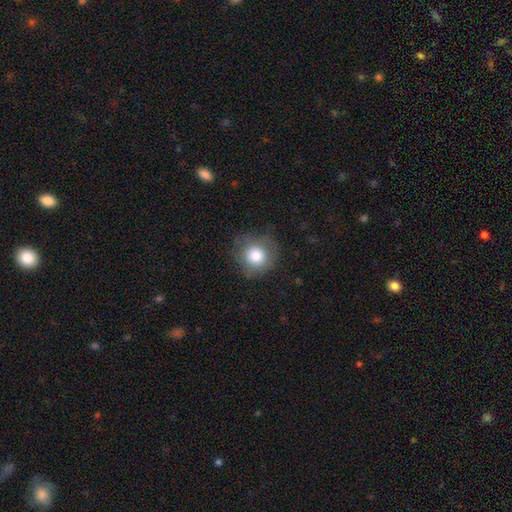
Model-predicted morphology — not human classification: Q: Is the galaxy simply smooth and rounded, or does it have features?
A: smooth — 80%.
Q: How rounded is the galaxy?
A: round — 90%.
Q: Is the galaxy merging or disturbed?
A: none — 74%.